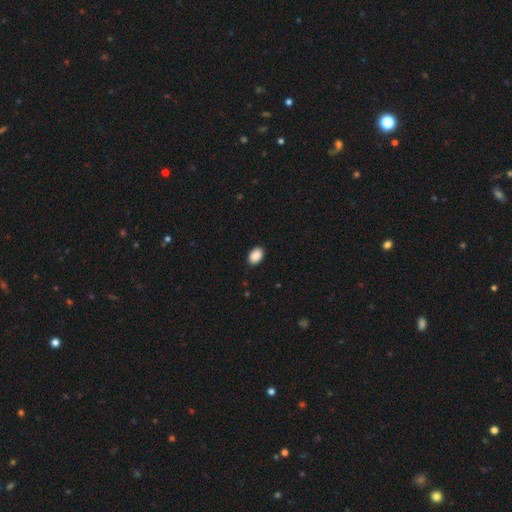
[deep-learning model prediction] Smooth or featured? smooth (90%)
How rounded? in between (83%)
Merging? none (89%)